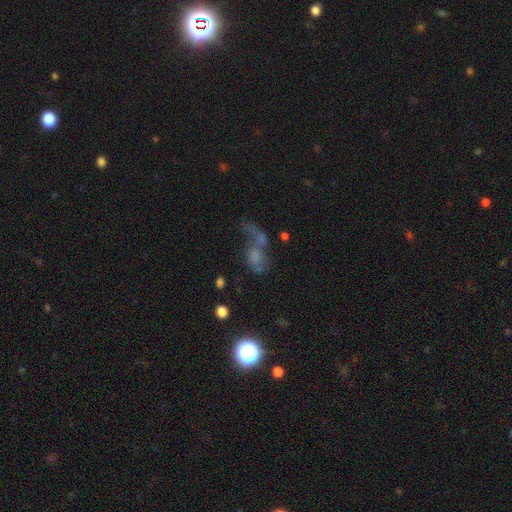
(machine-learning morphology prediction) This appears to be a smooth galaxy with no disk features (39%). Merging: major disturbance (33%).